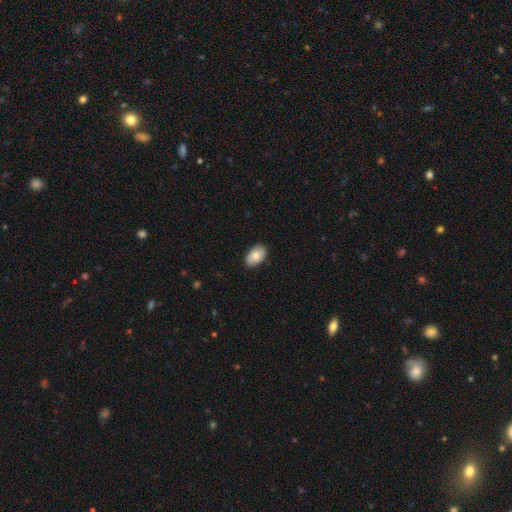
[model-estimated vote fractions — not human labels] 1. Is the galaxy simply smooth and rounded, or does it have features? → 78% smooth, 15% featured or disk, 7% star or artifact.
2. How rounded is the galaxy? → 90% in between, 9% round, 1% cigar-shaped.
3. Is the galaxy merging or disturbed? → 85% none, 13% minor disturbance, 2% major disturbance, 1% merger.